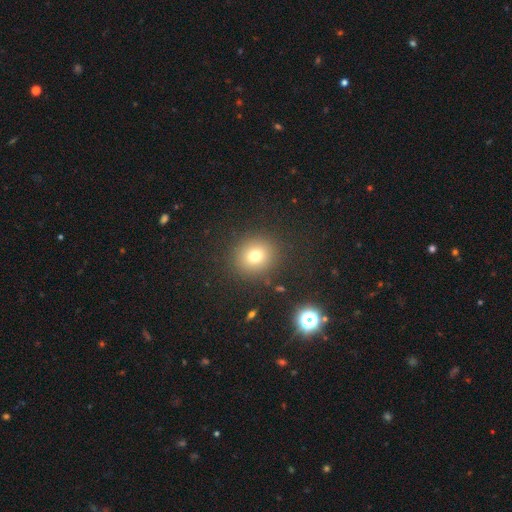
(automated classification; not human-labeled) Overall: smooth (73%). How rounded: round (85%). Merging: none (88%).